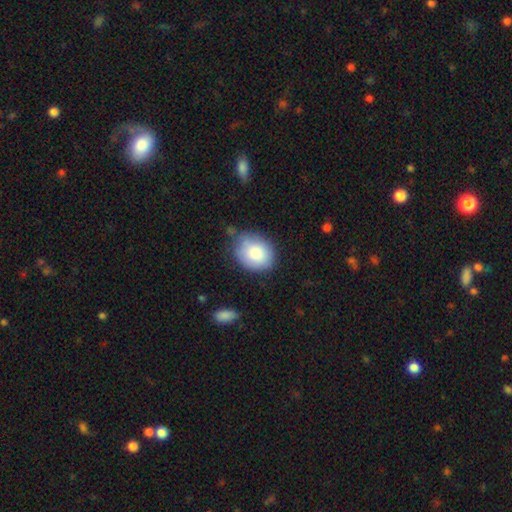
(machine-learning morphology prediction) Smooth or featured? smooth (84%)
How rounded? in between (51%)
Merging? none (66%)